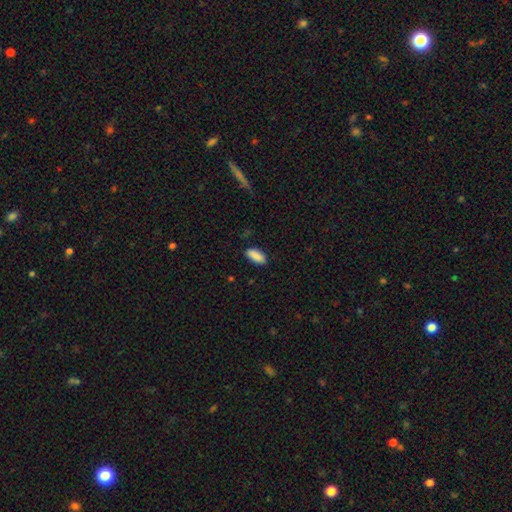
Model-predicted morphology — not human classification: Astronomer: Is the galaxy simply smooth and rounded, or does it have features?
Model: smooth — 90%.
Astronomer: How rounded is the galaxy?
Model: in between — 83%.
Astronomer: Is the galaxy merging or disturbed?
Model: none — 85%.